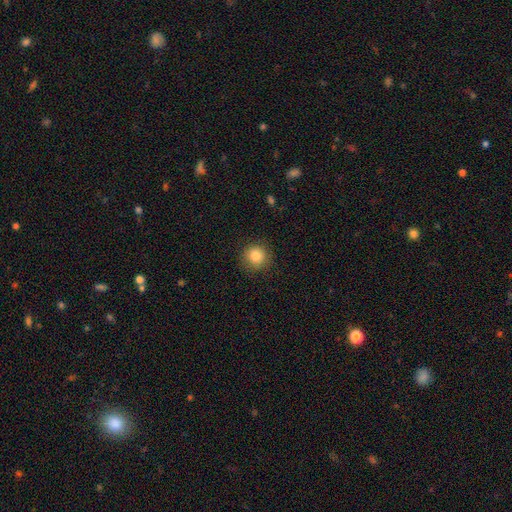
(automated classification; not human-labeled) This is clearly a smooth galaxy (84%). How rounded: clearly round (92%). Merging: clearly none (88%).